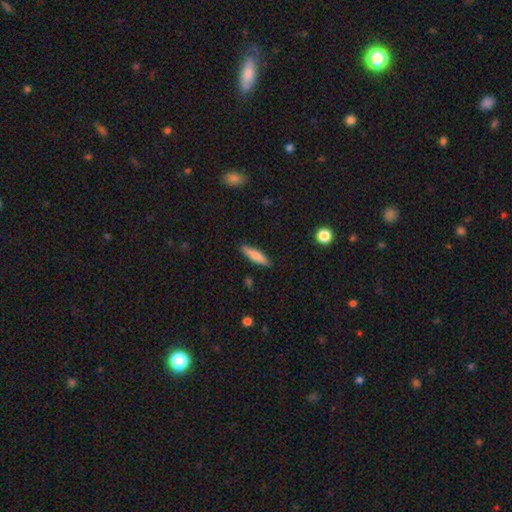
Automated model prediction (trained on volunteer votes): smooth-or-featured: smooth: 75% | featured or disk: 19% | star or artifact: 6%
  how-rounded: cigar-shaped: 72% | in between: 27% | round: 2%
  merging: none: 87% | minor disturbance: 9% | major disturbance: 2% | merger: 1%